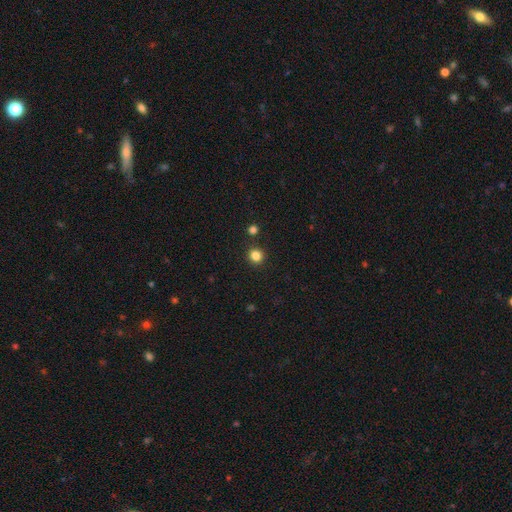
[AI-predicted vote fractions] Morphology: type=smooth (83%); roundness=round (90%); merging=none (88%).